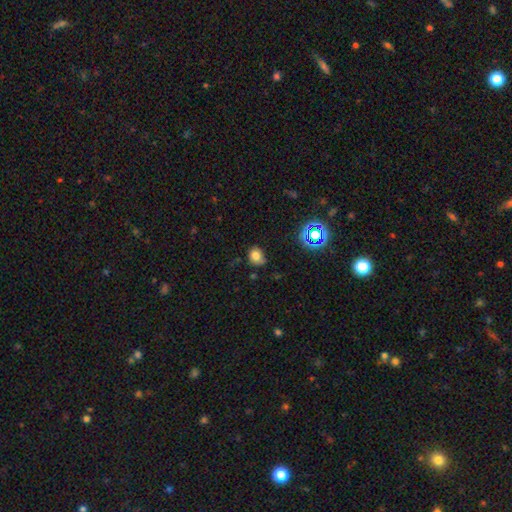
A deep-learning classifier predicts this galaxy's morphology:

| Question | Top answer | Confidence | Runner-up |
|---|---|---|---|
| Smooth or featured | smooth | 76% | star or artifact (16%) |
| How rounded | round | 55% | in between (44%) |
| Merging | none | 67% | minor disturbance (25%) |